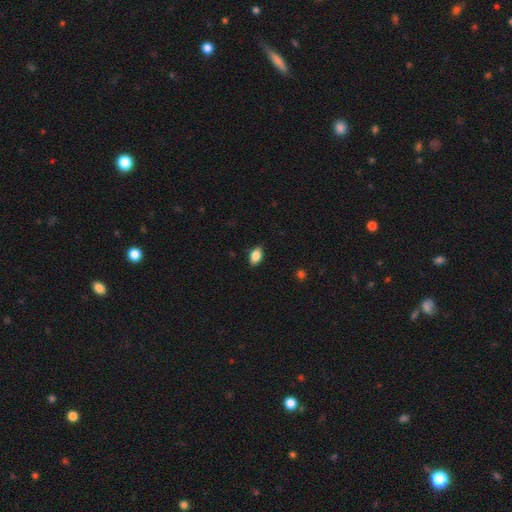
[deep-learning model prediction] smooth-or-featured: smooth: 84% | star or artifact: 8% | featured or disk: 8%
  how-rounded: in between: 89% | round: 9% | cigar-shaped: 3%
  merging: none: 83% | minor disturbance: 13% | major disturbance: 2% | merger: 1%